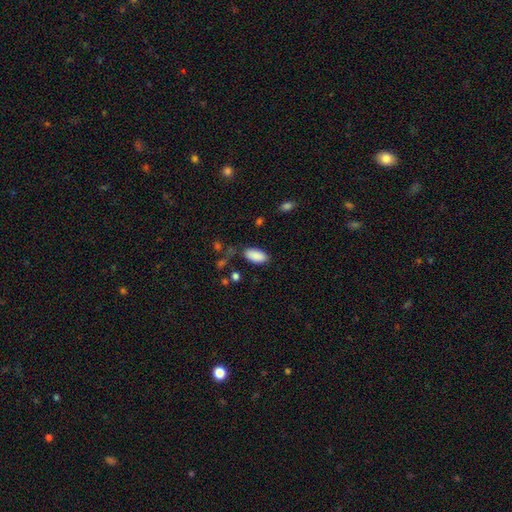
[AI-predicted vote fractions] Smooth or featured? smooth (89%)
How rounded? in between (94%)
Merging? none (81%)